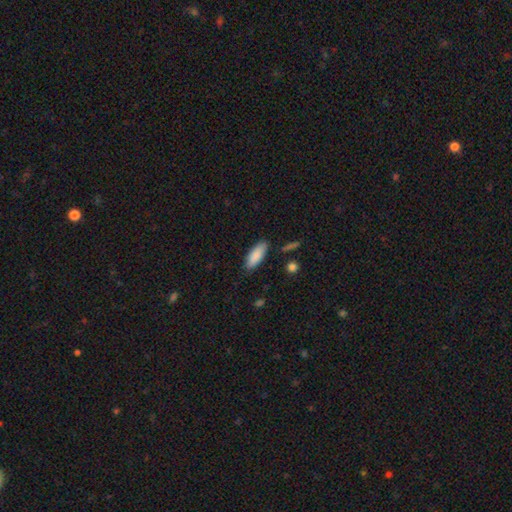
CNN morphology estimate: smooth_or_featured: smooth (p=0.87) [alt: featured or disk p=0.07]
how_rounded: in between (p=0.74) [alt: cigar-shaped p=0.24]
merging: none (p=0.85) [alt: minor disturbance p=0.11]